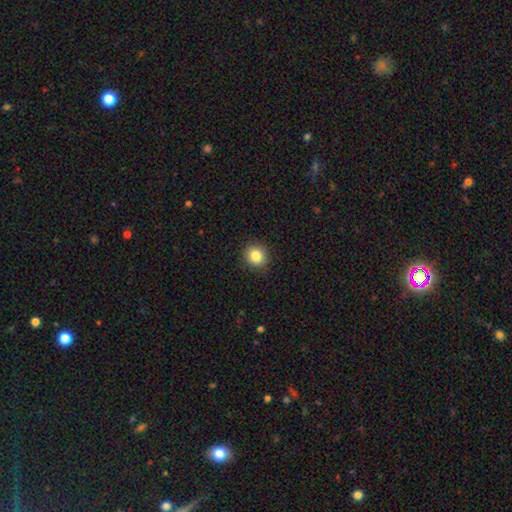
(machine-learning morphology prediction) This is clearly a smooth galaxy (84%). How rounded: clearly round (87%). Merging: clearly none (91%).